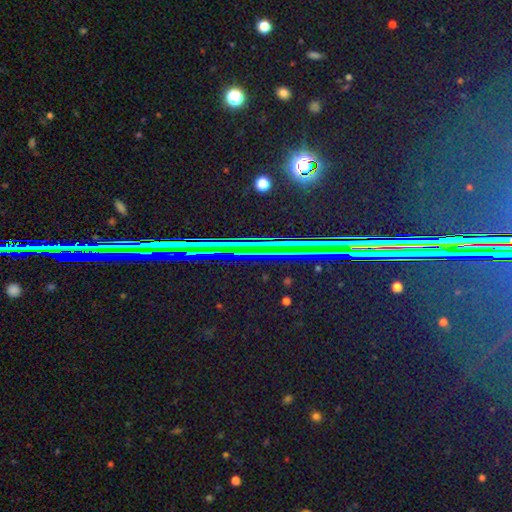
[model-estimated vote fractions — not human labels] Smooth or featured: star or artifact — 79% (featured or disk — 12%)